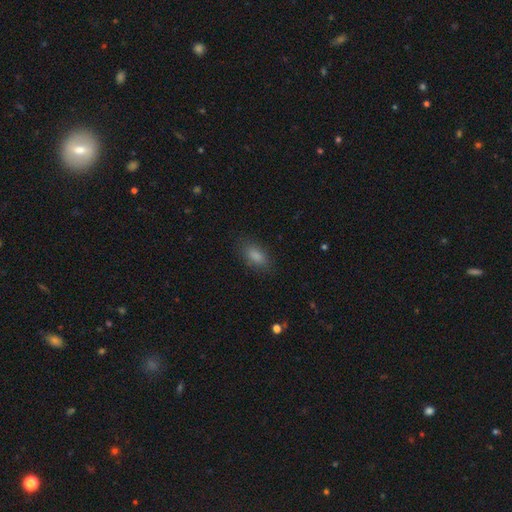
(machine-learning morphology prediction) Smooth or featured? smooth (85%)
How rounded? in between (88%)
Merging? none (82%)